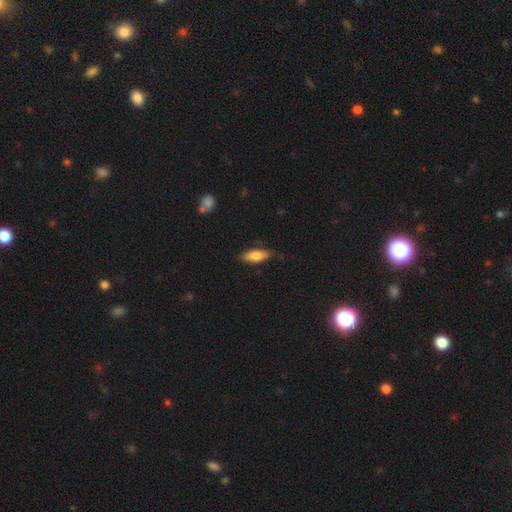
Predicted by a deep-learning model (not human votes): The model was most divided on "how rounded": in between: 65%, cigar-shaped: 33%, round: 2%. More confident: merging — none (79%); smooth or featured — smooth (77%).